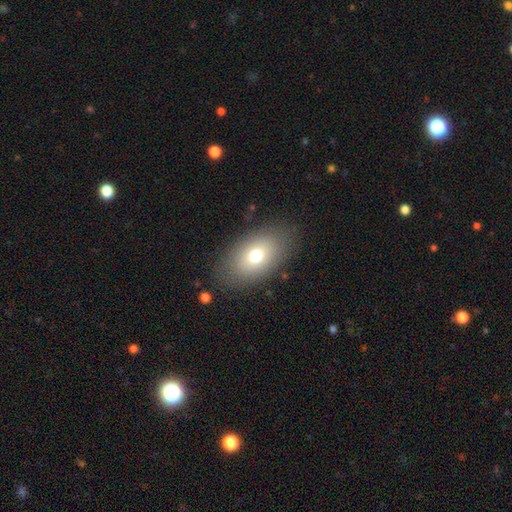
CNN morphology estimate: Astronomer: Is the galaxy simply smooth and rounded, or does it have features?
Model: smooth — 71%.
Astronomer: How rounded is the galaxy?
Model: in between — 86%.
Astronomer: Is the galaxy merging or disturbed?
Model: none — 82%.